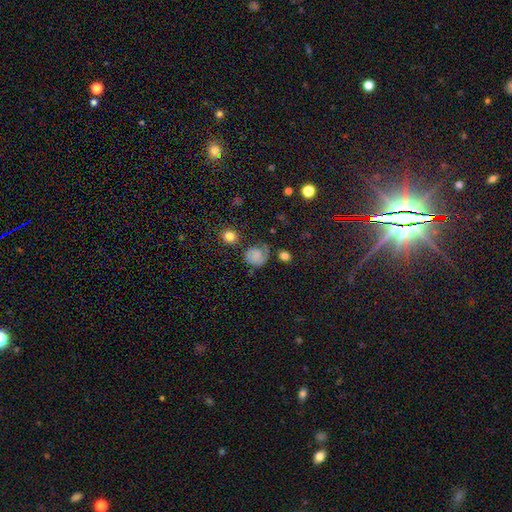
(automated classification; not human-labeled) Q: Smooth or featured?
A: smooth (62%); runner-up: featured or disk (26%)
Q: How rounded?
A: round (74%); runner-up: in between (25%)
Q: Merging?
A: none (50%); runner-up: minor disturbance (28%)